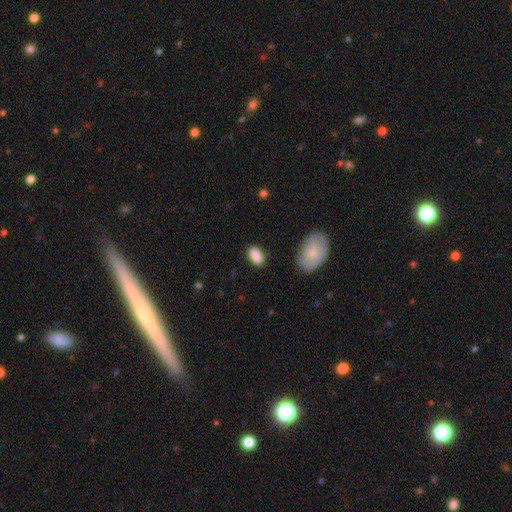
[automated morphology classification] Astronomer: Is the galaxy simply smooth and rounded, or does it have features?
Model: smooth — 88%.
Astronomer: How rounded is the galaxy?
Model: in between — 91%.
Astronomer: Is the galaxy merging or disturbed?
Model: none — 83%.